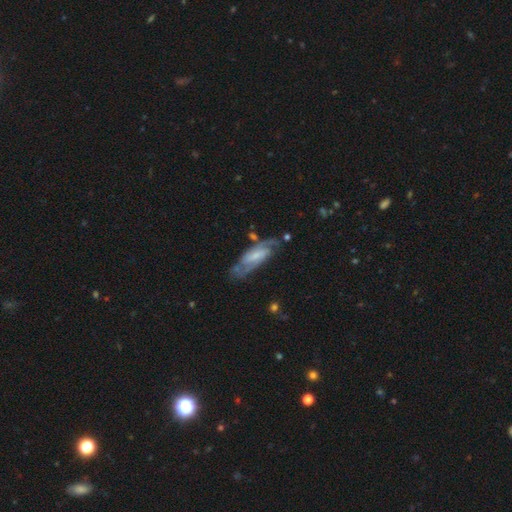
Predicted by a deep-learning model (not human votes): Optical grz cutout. It shows a featured or disk galaxy (79%) with a weak bar (45%), 2 (78%) medium (47%) spiral arms (94%) and a small central bulge (52%). Merging: none (70%).